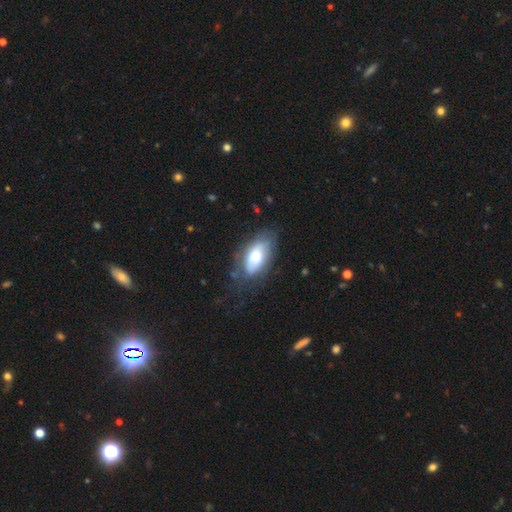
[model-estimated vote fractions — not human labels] Morphology: type=smooth (56%); roundness=in between (90%); merging=none (60%).